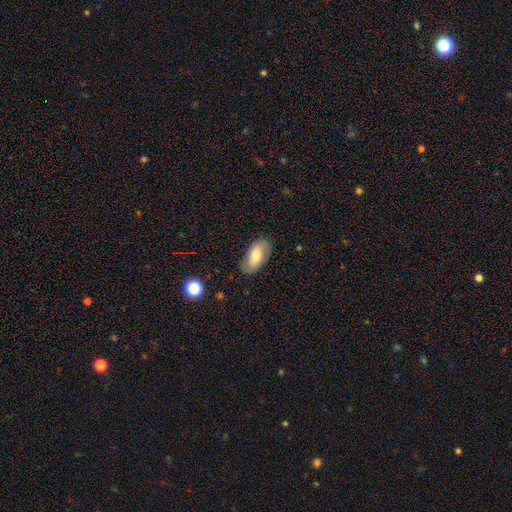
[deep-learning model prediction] smooth 67%, featured or disk 26%, star or artifact 7%. Down the decision tree: how rounded — in between (92%); merging — none (80%).